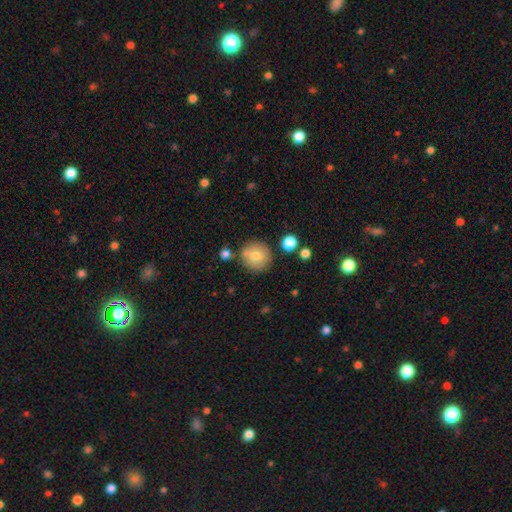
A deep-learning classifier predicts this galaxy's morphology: A smooth galaxy with no disk features (75%) that is round (93%). Merging: none (80%).